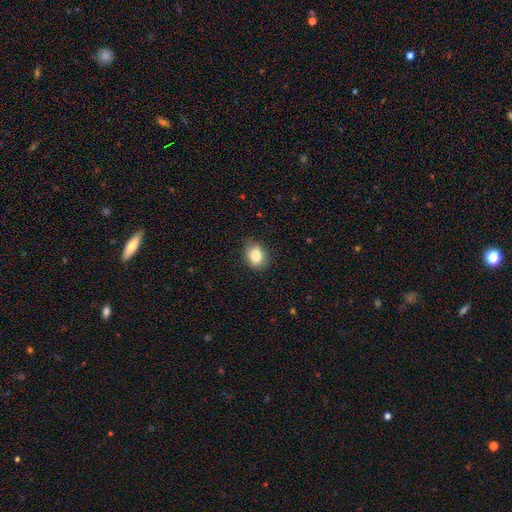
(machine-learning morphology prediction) Smooth or featured?
  - smooth: 82% *
  - star or artifact: 9%
  - featured or disk: 9%
How rounded?
  - in between: 62% *
  - round: 37%
  - cigar-shaped: 1%
Merging?
  - none: 81% *
  - minor disturbance: 15%
  - major disturbance: 3%
  - merger: 1%